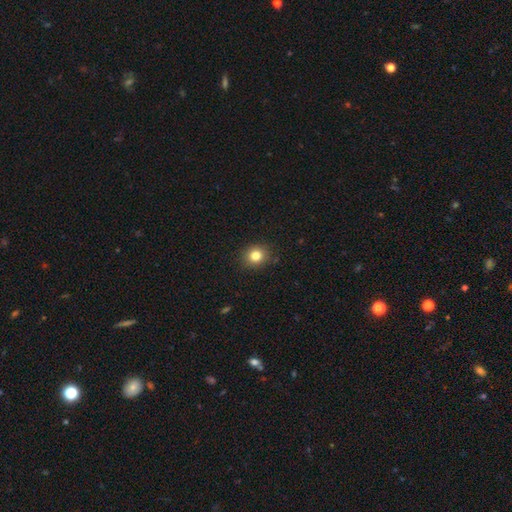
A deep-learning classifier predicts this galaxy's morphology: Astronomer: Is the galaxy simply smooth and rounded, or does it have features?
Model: smooth — 82%.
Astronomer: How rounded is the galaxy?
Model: round — 76%.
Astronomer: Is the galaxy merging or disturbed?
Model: none — 89%.